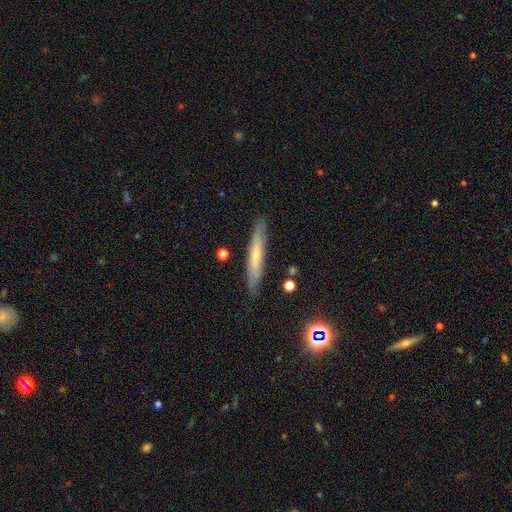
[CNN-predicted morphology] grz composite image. It shows a featured or disk galaxy (52%) viewed edge-on (81%). Merging: none (85%).